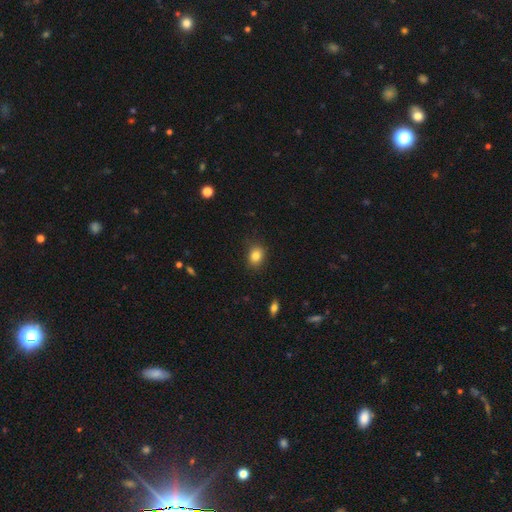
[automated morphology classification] Q: Smooth or featured?
A: smooth (83%); runner-up: star or artifact (11%)
Q: How rounded?
A: round (52%); runner-up: in between (47%)
Q: Merging?
A: none (84%); runner-up: minor disturbance (12%)